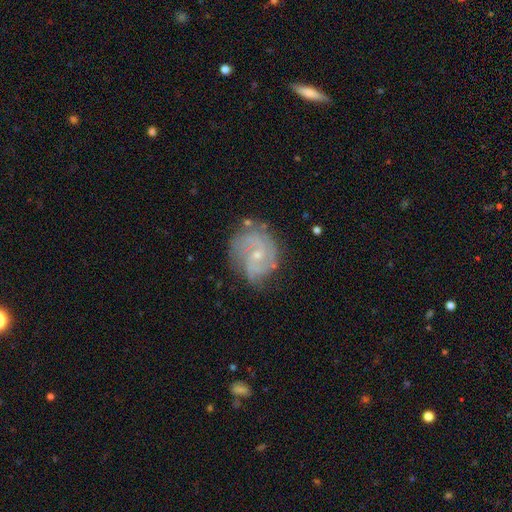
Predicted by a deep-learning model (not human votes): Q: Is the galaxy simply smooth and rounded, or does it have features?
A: featured or disk — 79%.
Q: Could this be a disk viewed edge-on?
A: no — 98%.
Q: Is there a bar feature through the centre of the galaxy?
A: no — 63%.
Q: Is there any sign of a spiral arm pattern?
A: yes — 93%.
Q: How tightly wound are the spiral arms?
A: tight — 44%.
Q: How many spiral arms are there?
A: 2 — 43%.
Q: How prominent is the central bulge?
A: small — 71%.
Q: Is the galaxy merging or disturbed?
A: none — 69%.